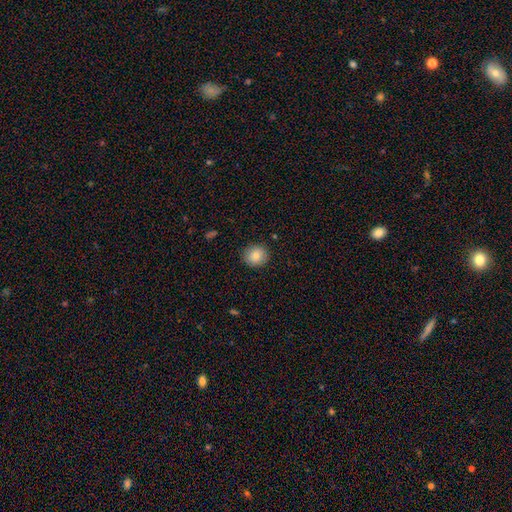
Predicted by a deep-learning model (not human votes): Smooth or featured? Predicted: smooth (p=0.85). How rounded? Predicted: round (p=0.82). Merging? Predicted: none (p=0.89).